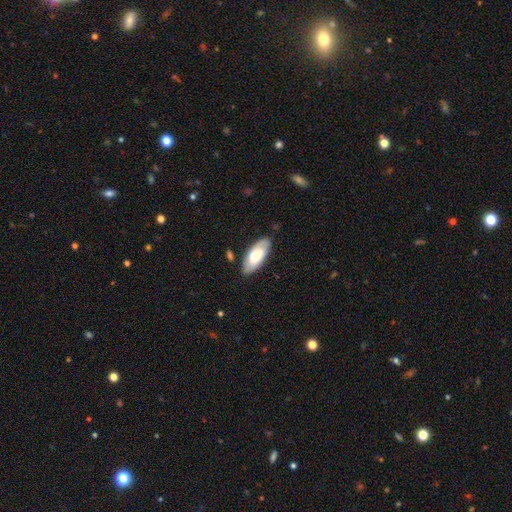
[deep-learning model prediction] Smooth or featured: smooth — 61% (featured or disk — 33%)
How rounded: in between — 87% (cigar-shaped — 12%)
Merging: none — 81% (minor disturbance — 14%)